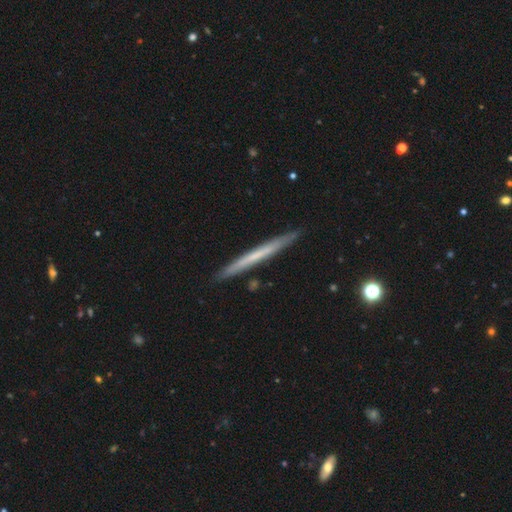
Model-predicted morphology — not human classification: This appears to be a smooth galaxy with no disk features (48%). Merging: none (90%).